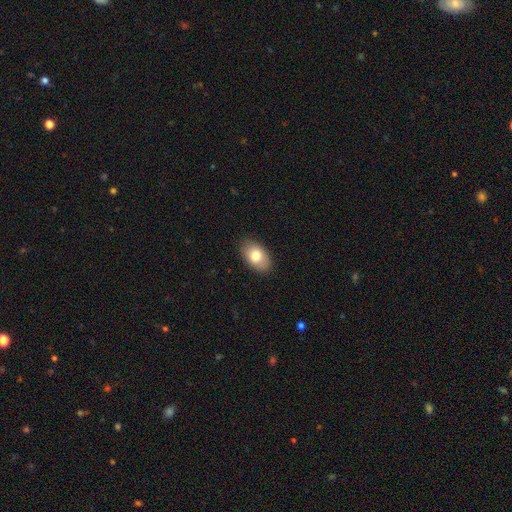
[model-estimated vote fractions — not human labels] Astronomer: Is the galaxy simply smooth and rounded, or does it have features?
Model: smooth — 78%.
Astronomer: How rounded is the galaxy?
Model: in between — 90%.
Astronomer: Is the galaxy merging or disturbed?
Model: none — 87%.